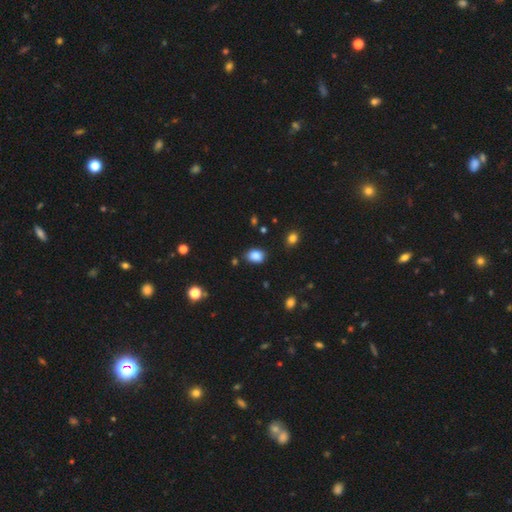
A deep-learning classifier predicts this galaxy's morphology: The model was most divided on "how rounded": in between: 74%, round: 25%, cigar-shaped: 1%. More confident: smooth or featured — smooth (86%); merging — none (80%).